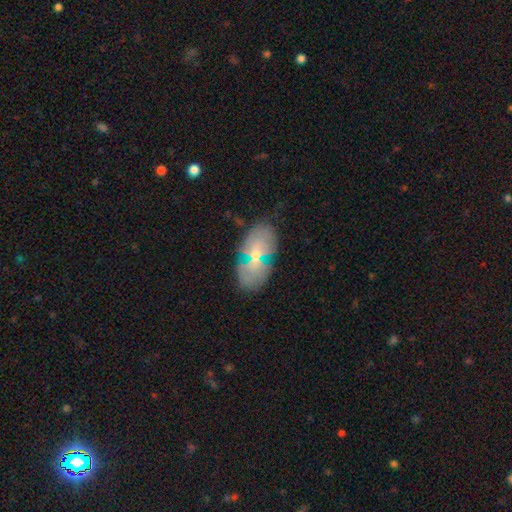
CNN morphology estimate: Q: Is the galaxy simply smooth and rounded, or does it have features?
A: featured or disk — 47%.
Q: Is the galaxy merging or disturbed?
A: none — 64%.